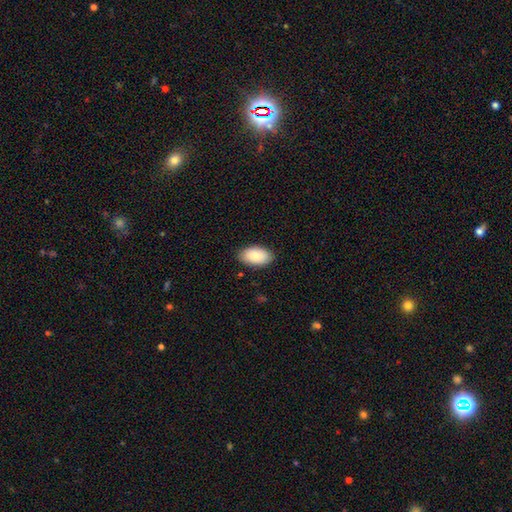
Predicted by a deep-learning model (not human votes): Morphology: type=smooth (86%); roundness=in between (95%); merging=none (86%).